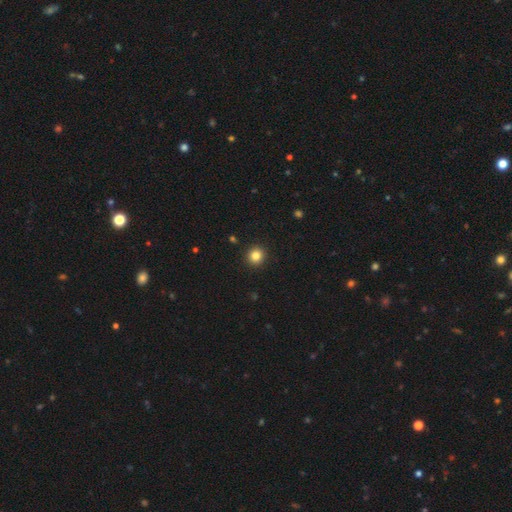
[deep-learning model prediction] smooth-or-featured: smooth: 84% | star or artifact: 11% | featured or disk: 4%
  how-rounded: round: 93% | in between: 6% | cigar-shaped: 1%
  merging: none: 93% | minor disturbance: 4% | major disturbance: 2% | merger: 1%